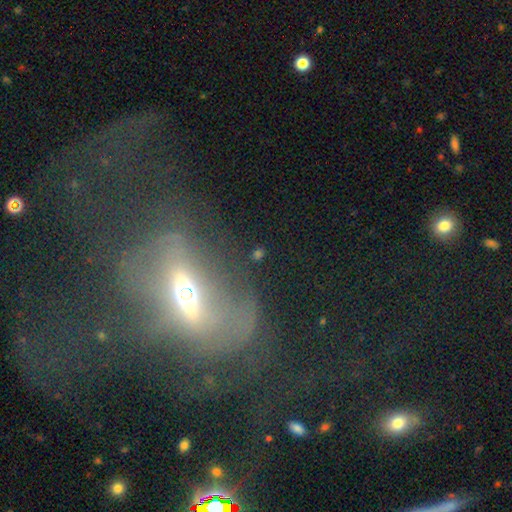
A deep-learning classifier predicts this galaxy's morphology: Q: Smooth or featured?
A: featured or disk (53%); runner-up: smooth (29%)
Q: Edge-on disk?
A: no (54%); runner-up: yes (46%)
Q: Merging?
A: none (57%); runner-up: major disturbance (20%)